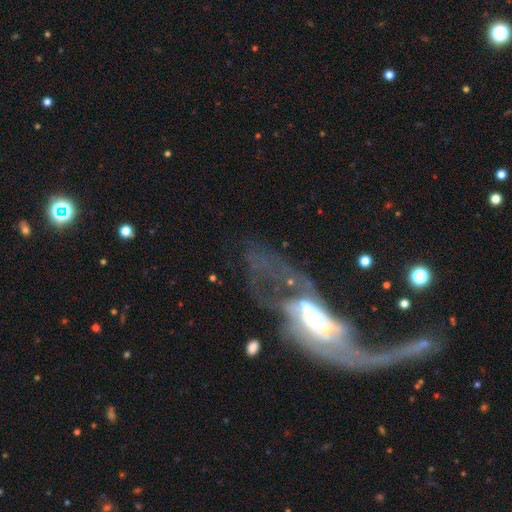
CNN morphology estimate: Smooth or featured?
  - featured or disk: 77% *
  - smooth: 14%
  - star or artifact: 10%
Edge-on disk?
  - no: 90% *
  - yes: 10%
Bar?
  - weak: 39% *
  - no: 38%
  - strong: 23%
Spiral arms?
  - yes: 73% *
  - no: 27%
Spiral winding?
  - loose: 61% *
  - medium: 27%
  - tight: 12%
Spiral arm count?
  - 2: 43% *
  - 1: 23%
  - can't tell: 22%
  - 3: 6%
  - 4: 3%
  - more than 4: 3%
Bulge size?
  - moderate: 50% *
  - small: 21%
  - large: 19%
  - none: 6%
  - dominant: 3%
Merging?
  - major disturbance: 49% *
  - merger: 22%
  - none: 19%
  - minor disturbance: 11%